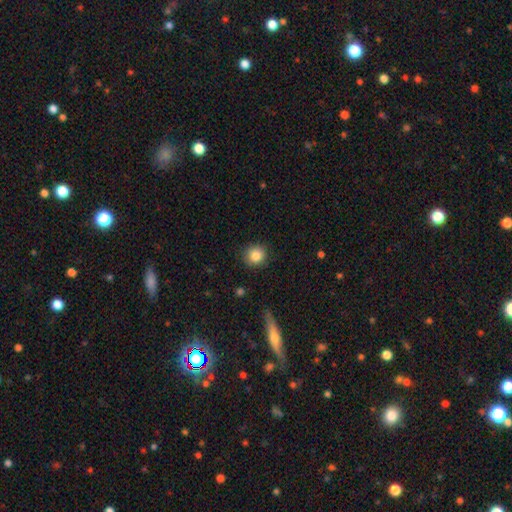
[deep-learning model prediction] Overall: smooth (86%). How rounded: round (92%). Merging: none (88%).